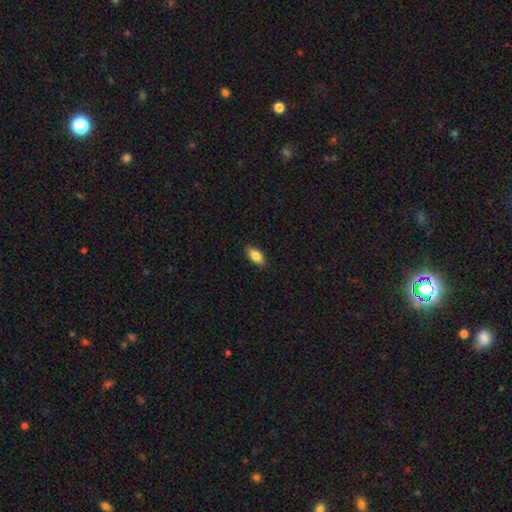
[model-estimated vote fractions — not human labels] Smooth or featured? Predicted: smooth (p=0.85). How rounded? Predicted: in between (p=0.90). Merging? Predicted: none (p=0.89).